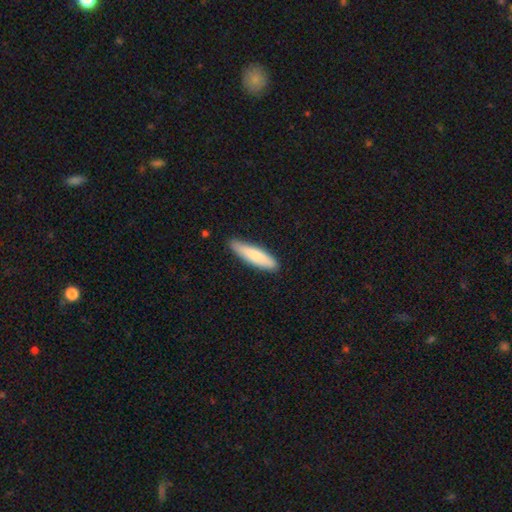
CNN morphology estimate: smooth-or-featured: smooth: 80% | featured or disk: 15% | star or artifact: 5%
  how-rounded: cigar-shaped: 74% | in between: 25% | round: 1%
  merging: none: 83% | minor disturbance: 14% | major disturbance: 2% | merger: 1%